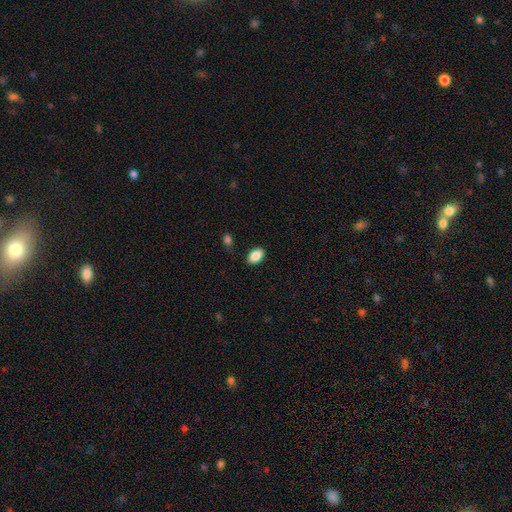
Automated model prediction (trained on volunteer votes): Morphology: type=smooth (89%); roundness=in between (90%); merging=none (86%).